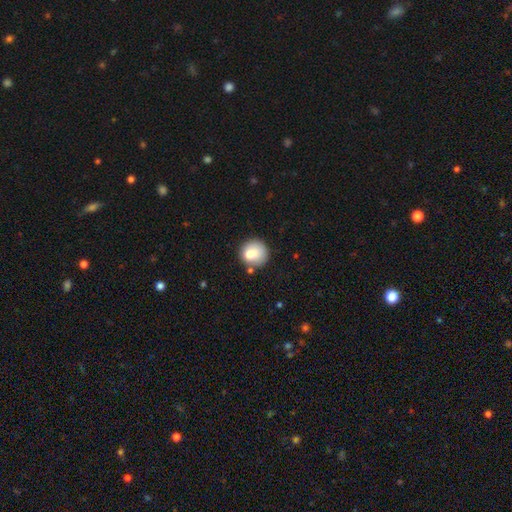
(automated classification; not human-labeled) Q: Smooth or featured?
A: smooth (76%); runner-up: featured or disk (14%)
Q: How rounded?
A: round (91%); runner-up: in between (8%)
Q: Merging?
A: none (73%); runner-up: minor disturbance (13%)